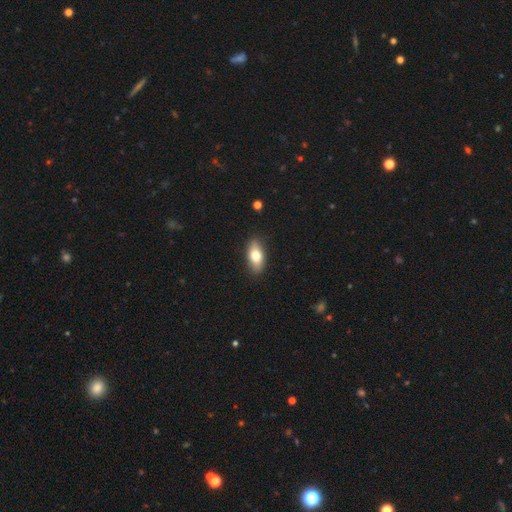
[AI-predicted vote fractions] This is likely a smooth galaxy (75%). How rounded: clearly in between (84%). Merging: clearly none (87%).